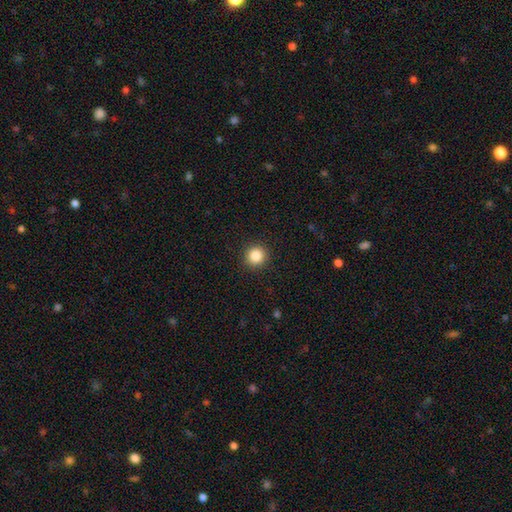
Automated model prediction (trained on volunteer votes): Smooth or featured? smooth (85%)
How rounded? round (94%)
Merging? none (92%)